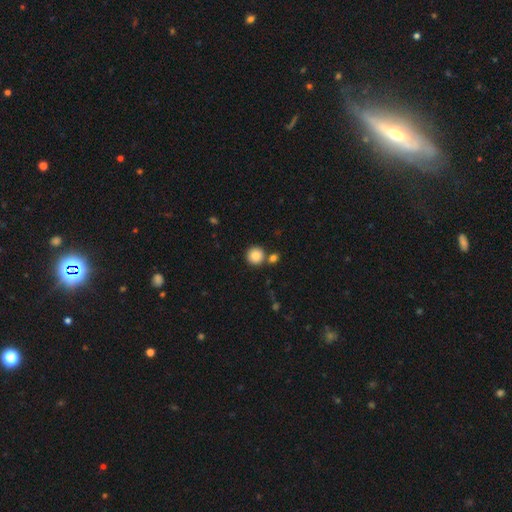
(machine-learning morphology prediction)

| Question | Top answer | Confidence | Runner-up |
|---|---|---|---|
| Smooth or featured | smooth | 87% | star or artifact (9%) |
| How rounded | round | 94% | in between (5%) |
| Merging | none | 75% | merger (16%) |